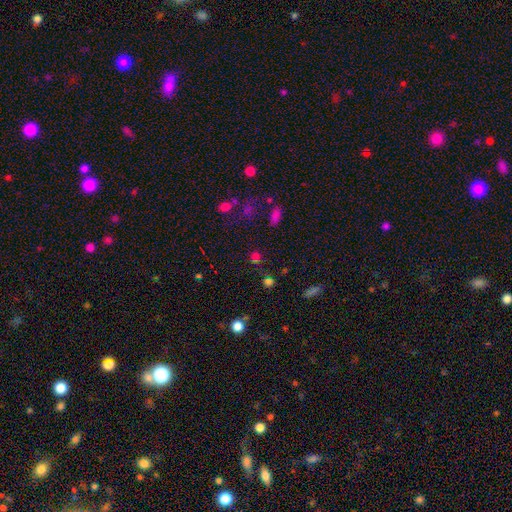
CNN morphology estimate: A smooth galaxy with no disk features (53%) that is round (68%). Merging: none (67%).